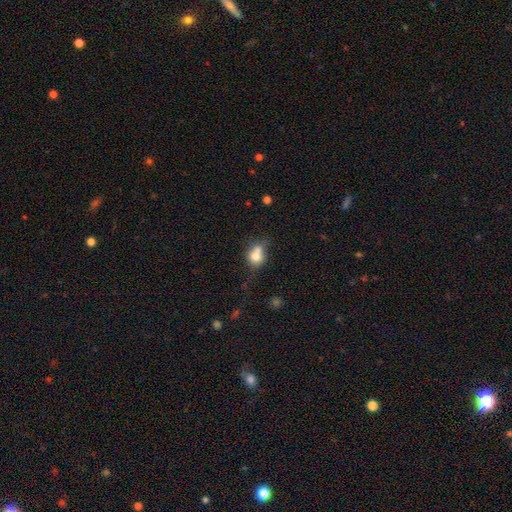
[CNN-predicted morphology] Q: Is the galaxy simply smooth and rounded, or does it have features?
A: smooth — 73%.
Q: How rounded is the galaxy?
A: round — 64%.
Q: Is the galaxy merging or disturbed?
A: merger — 41%.